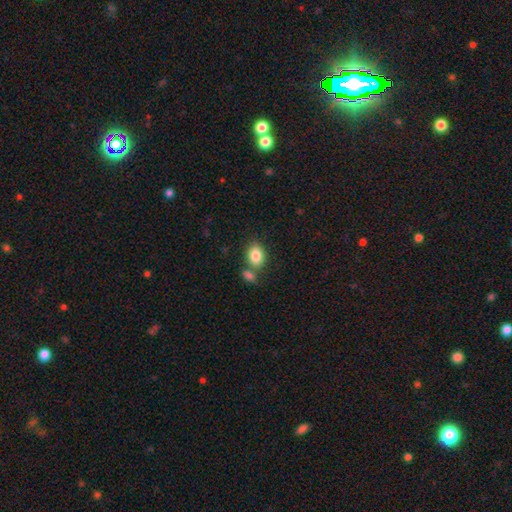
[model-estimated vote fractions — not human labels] Smooth or featured: smooth — 84% (star or artifact — 8%)
How rounded: in between — 70% (round — 29%)
Merging: none — 58% (merger — 26%)